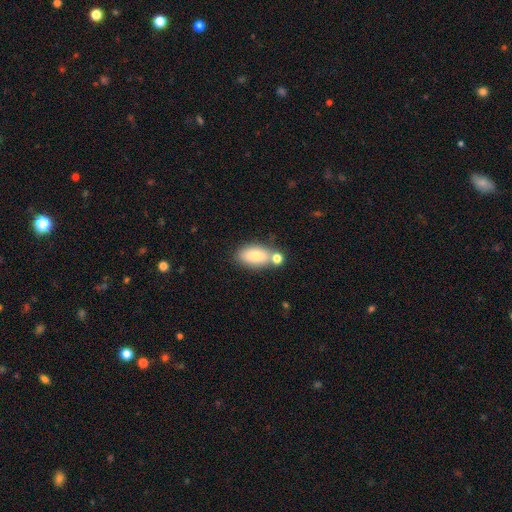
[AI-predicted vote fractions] smooth_or_featured: smooth (p=0.80) [alt: featured or disk p=0.13]
how_rounded: in between (p=0.90) [alt: round p=0.05]
merging: none (p=0.60) [alt: merger p=0.22]